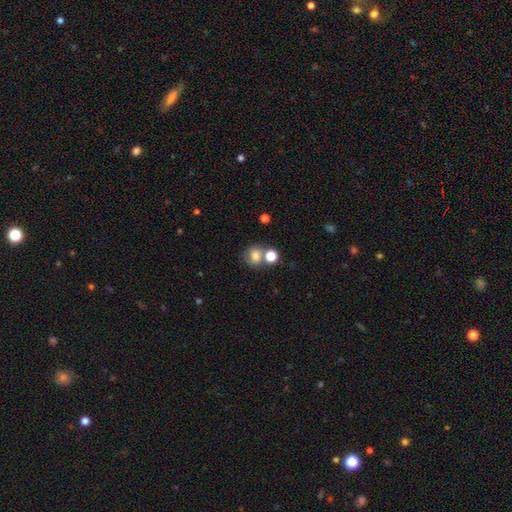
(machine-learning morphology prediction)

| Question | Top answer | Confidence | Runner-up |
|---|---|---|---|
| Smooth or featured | smooth | 75% | star or artifact (13%) |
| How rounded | round | 73% | in between (26%) |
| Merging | none | 54% | merger (30%) |